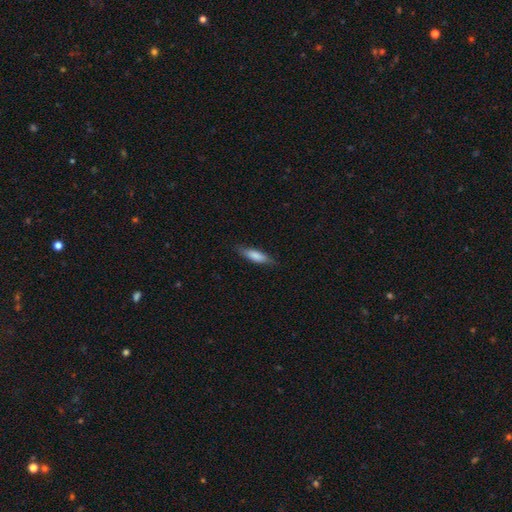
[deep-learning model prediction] This appears to be a smooth galaxy with no disk features (79%) that is cigar-shaped (58%). Merging: none (82%).